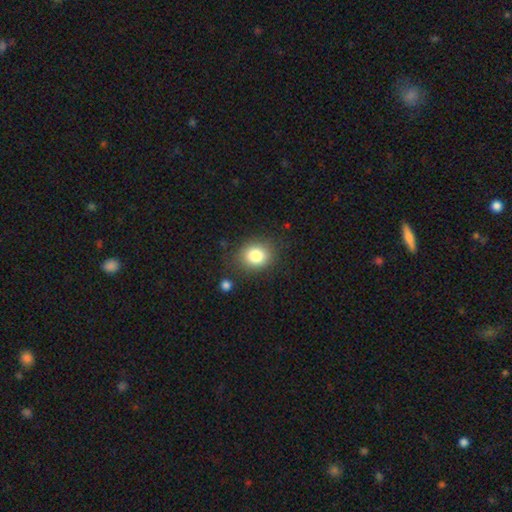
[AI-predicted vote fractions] Overall: smooth (82%). How rounded: round (68%; in between 31%). Merging: none (83%).